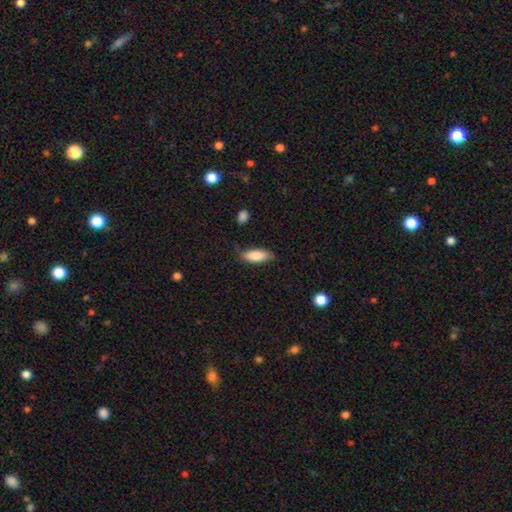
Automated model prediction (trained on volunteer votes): Overall: smooth (84%). How rounded: in between (74%). Merging: none (69%).